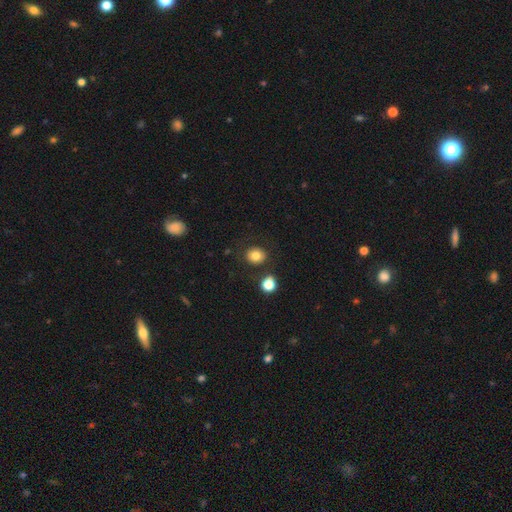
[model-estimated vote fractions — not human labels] Overall: smooth (80%). How rounded: round (71%). Merging: none (80%).